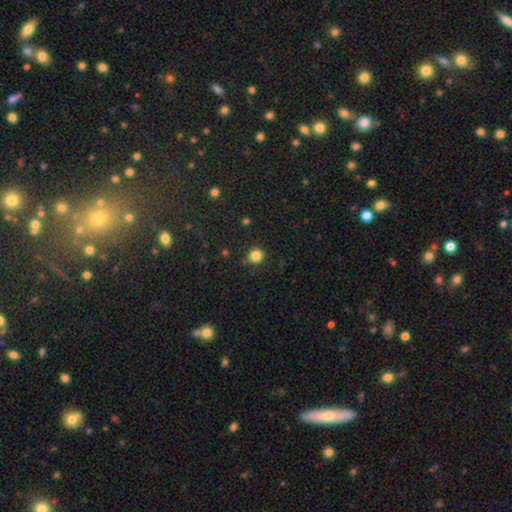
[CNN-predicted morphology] A smooth galaxy with no disk features (83%) that is round (92%).

Vote fractions:
- Smooth or featured? smooth: 83% / star or artifact: 13% / featured or disk: 4%
- How rounded? round: 92% / in between: 7% / cigar-shaped: 1%
- Merging? none: 87% / minor disturbance: 8% / merger: 2% / major disturbance: 2%